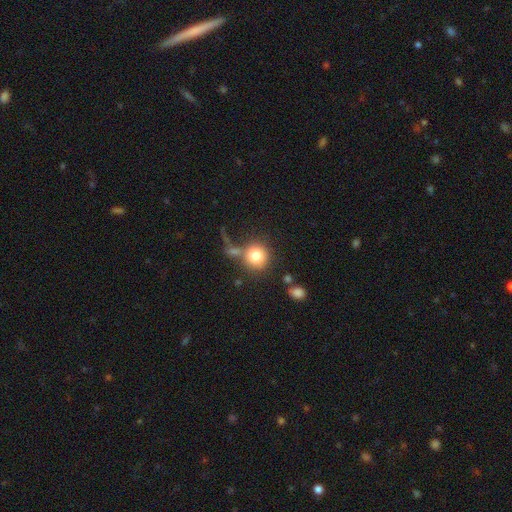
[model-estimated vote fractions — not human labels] smooth_or_featured: smooth (p=0.80) [alt: featured or disk p=0.10]
how_rounded: round (p=0.92) [alt: in between p=0.07]
merging: none (p=0.62) [alt: merger p=0.17]